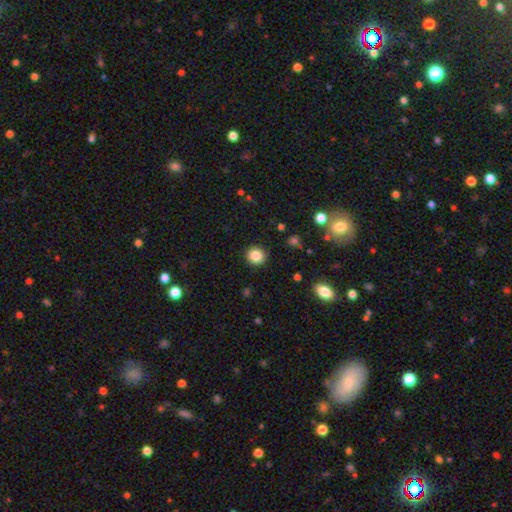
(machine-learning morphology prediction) Overall: smooth (85%). How rounded: round (90%). Merging: none (91%).